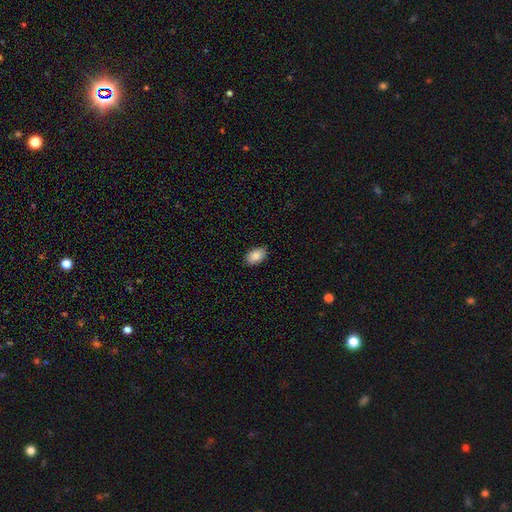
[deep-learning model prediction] Morphology: type=smooth (89%); roundness=in between (92%); merging=none (88%).